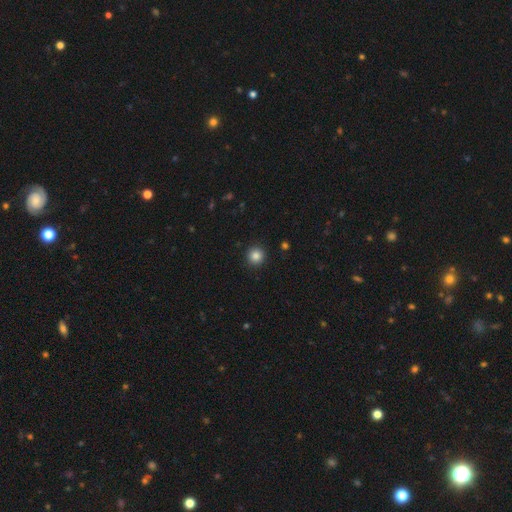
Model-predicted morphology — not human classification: type=smooth (85%); roundness=round (95%); merging=none (92%).